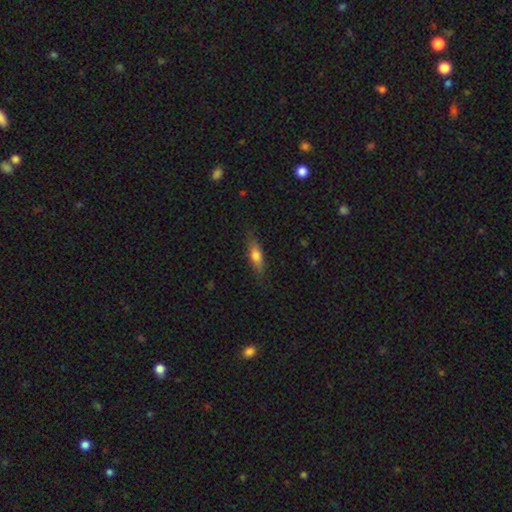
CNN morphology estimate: A smooth galaxy with no disk features (67%) that is cigar-shaped (49%).

Vote fractions:
- Smooth or featured? smooth: 67% / featured or disk: 26% / star or artifact: 7%
- How rounded? cigar-shaped: 49% / in between: 48% / round: 3%
- Merging? none: 82% / minor disturbance: 14% / major disturbance: 3% / merger: 1%